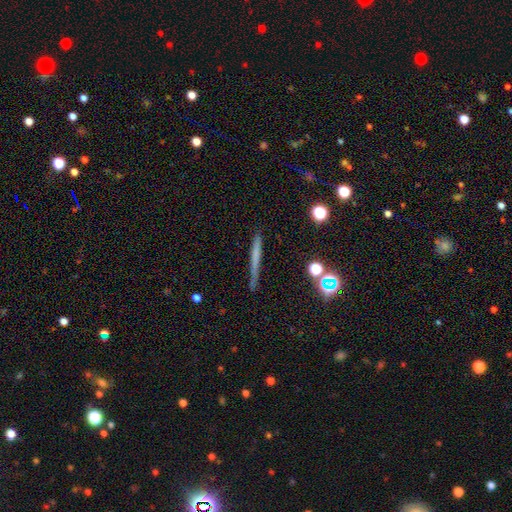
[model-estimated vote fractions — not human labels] Morphology: type=smooth (50%); roundness=cigar-shaped (93%); merging=none (82%).